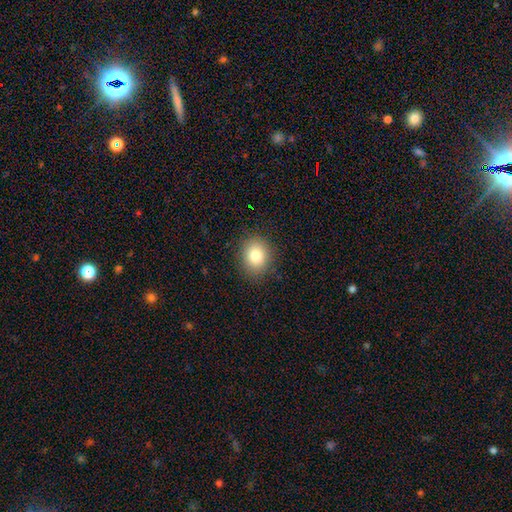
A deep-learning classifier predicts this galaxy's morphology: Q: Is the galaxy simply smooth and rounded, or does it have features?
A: smooth — 80%.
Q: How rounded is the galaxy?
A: round — 66%.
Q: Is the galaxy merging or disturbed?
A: none — 88%.